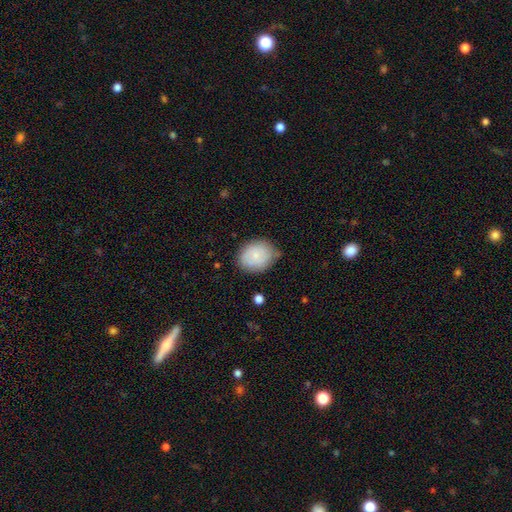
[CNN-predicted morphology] type=smooth (80%); roundness=round (53%); merging=none (71%).